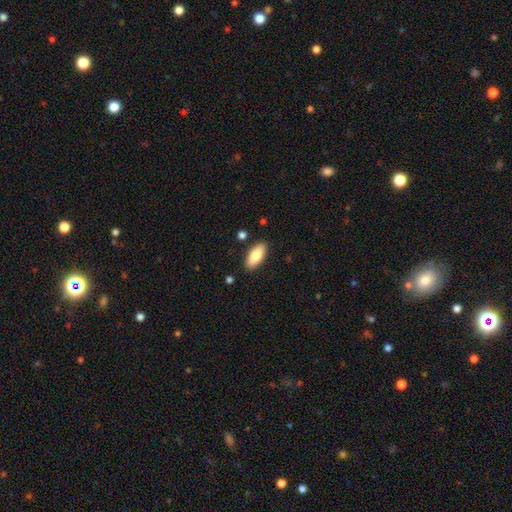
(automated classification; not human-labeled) smooth 80%, featured or disk 14%, star or artifact 6%. Down the decision tree: how rounded — in between (87%); merging — none (88%).